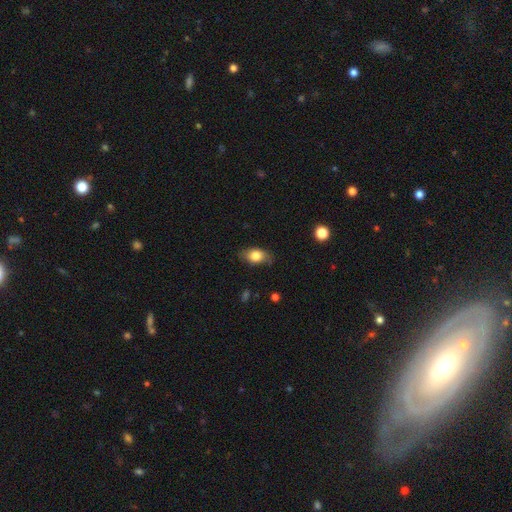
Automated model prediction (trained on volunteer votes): smooth_or_featured: smooth (p=0.77) [alt: featured or disk p=0.15]
how_rounded: in between (p=0.84) [alt: round p=0.13]
merging: none (p=0.73) [alt: minor disturbance p=0.21]